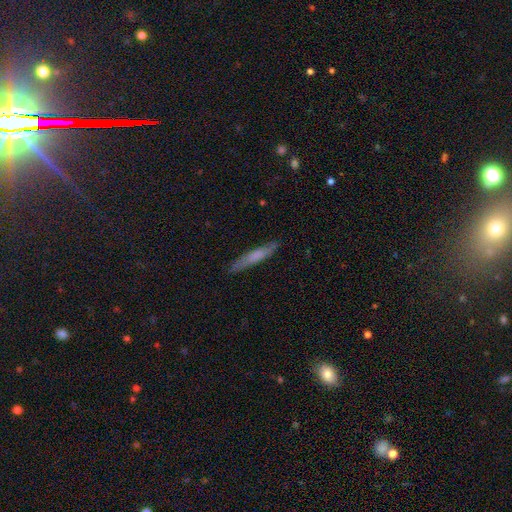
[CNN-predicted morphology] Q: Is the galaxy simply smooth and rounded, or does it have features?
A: smooth — 60%.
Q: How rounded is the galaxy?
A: cigar-shaped — 93%.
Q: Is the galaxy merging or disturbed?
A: none — 86%.